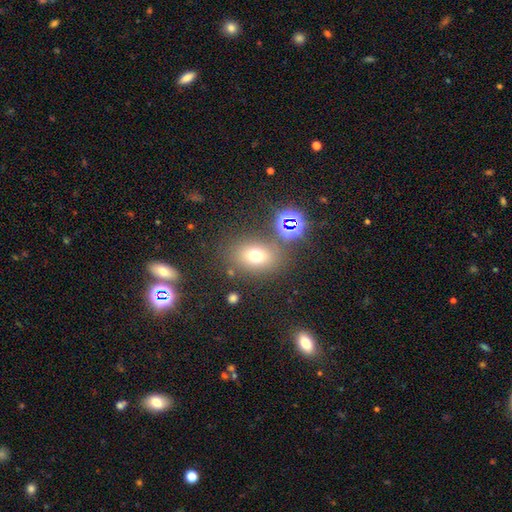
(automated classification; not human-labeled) smooth-or-featured: smooth: 68% | star or artifact: 20% | featured or disk: 12%
  how-rounded: in between: 56% | round: 42% | cigar-shaped: 1%
  merging: none: 75% | minor disturbance: 12% | merger: 8% | major disturbance: 6%